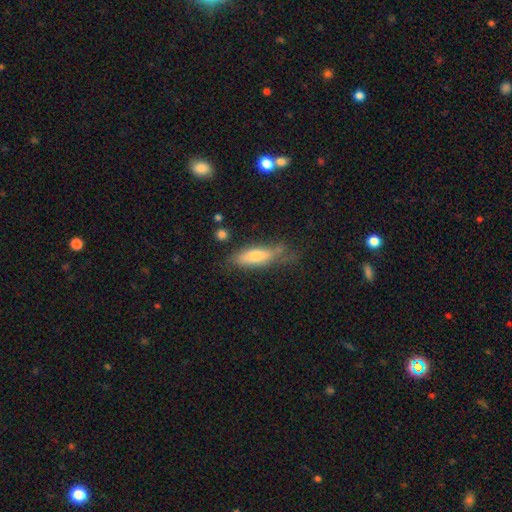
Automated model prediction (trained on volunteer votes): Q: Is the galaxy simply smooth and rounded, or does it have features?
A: smooth — 67%.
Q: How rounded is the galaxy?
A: cigar-shaped — 52%.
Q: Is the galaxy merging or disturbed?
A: none — 53%.